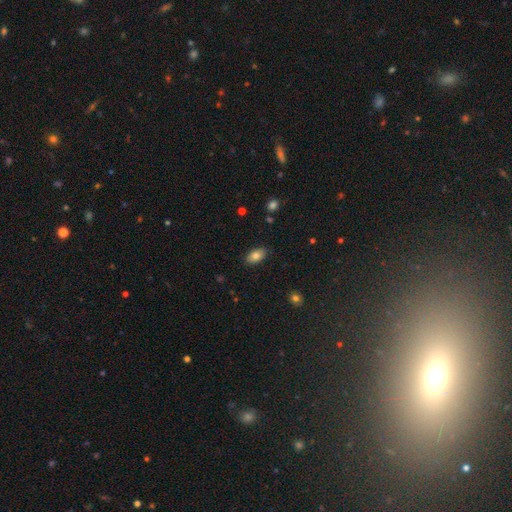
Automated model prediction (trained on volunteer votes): Smooth or featured: smooth — 81% (featured or disk — 11%)
How rounded: in between — 92% (round — 5%)
Merging: none — 87% (minor disturbance — 10%)